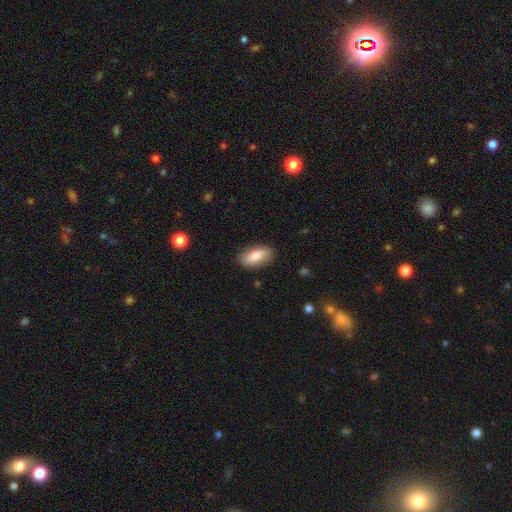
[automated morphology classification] Overall: smooth (73%). How rounded: in between (87%). Merging: none (85%).